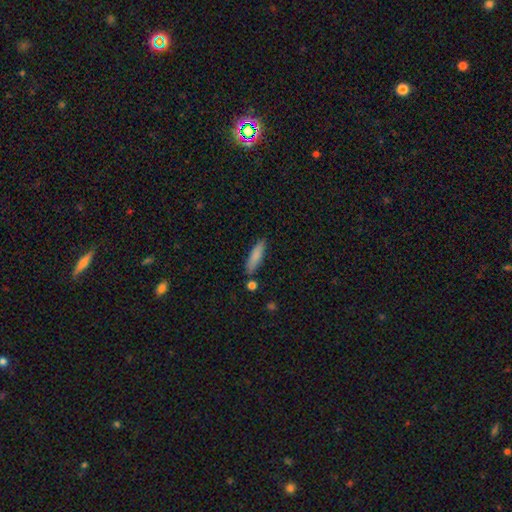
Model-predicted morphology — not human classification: A smooth galaxy with no disk features (83%) that is cigar-shaped (74%).

Vote fractions:
- Smooth or featured? smooth: 83% / featured or disk: 11% / star or artifact: 6%
- How rounded? cigar-shaped: 74% / in between: 24% / round: 2%
- Merging? none: 82% / minor disturbance: 11% / merger: 5% / major disturbance: 2%